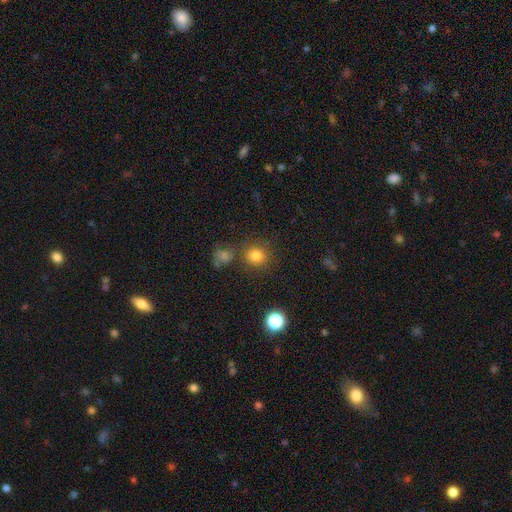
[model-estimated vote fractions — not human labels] This is likely a smooth galaxy (78%). How rounded: clearly round (86%). Merging: likely none (77%).